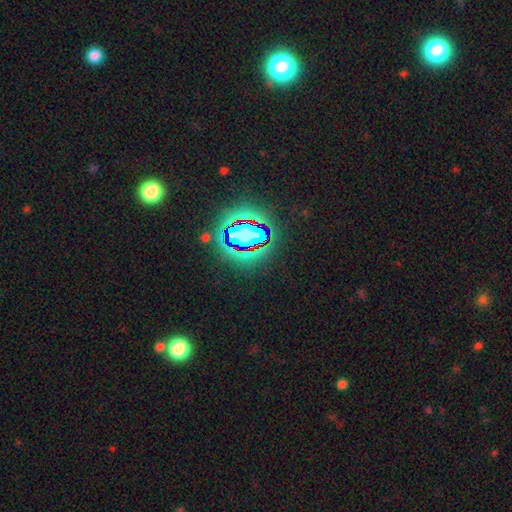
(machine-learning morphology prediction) This is likely a star or artifact rather than a galaxy (72%).